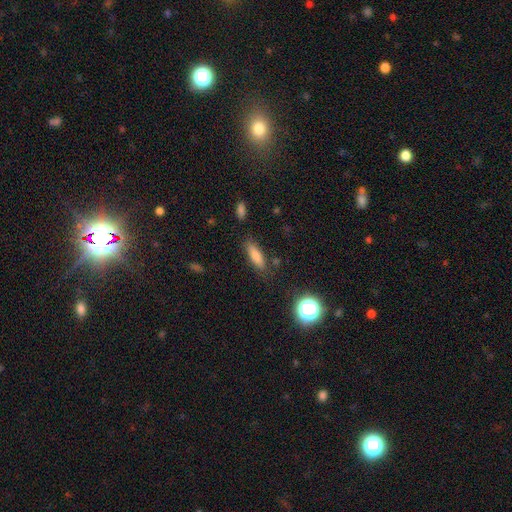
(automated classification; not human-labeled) Q: Smooth or featured?
A: smooth (73%); runner-up: star or artifact (15%)
Q: How rounded?
A: cigar-shaped (54%); runner-up: in between (41%)
Q: Merging?
A: none (81%); runner-up: minor disturbance (13%)